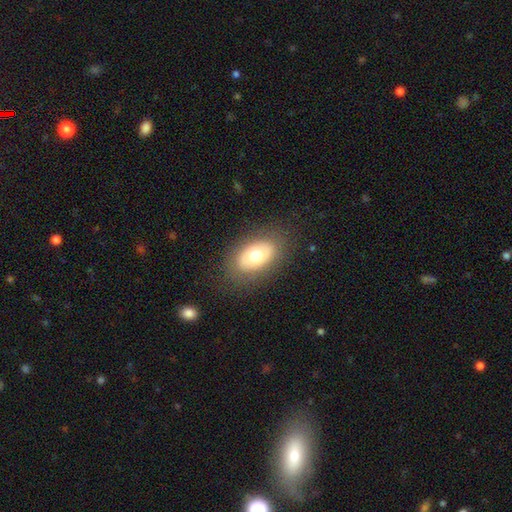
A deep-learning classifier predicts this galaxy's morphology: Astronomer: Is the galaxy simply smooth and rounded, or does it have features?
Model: smooth — 67%.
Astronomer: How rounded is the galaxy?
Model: in between — 89%.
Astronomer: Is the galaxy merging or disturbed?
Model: none — 82%.